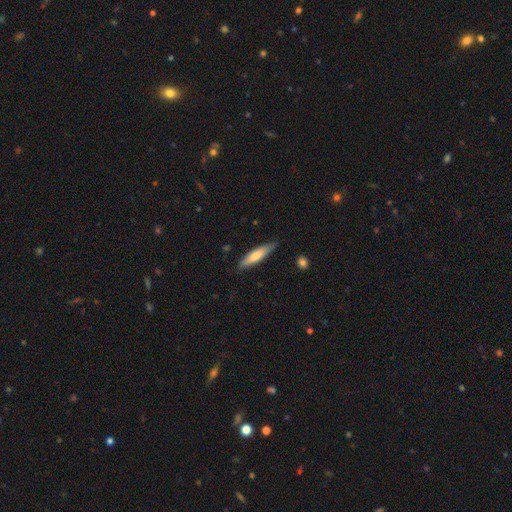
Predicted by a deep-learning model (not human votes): Smooth or featured?
  - smooth: 67% *
  - featured or disk: 27%
  - star or artifact: 6%
How rounded?
  - cigar-shaped: 78% *
  - in between: 21%
  - round: 1%
Merging?
  - none: 83% *
  - minor disturbance: 13%
  - major disturbance: 2%
  - merger: 1%